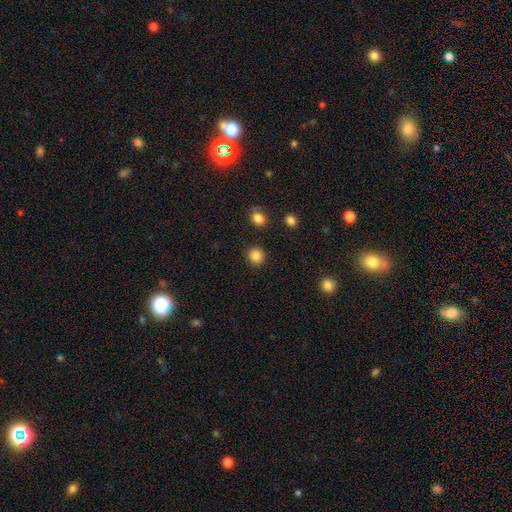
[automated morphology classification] type=smooth (86%); roundness=round (91%); merging=none (90%).